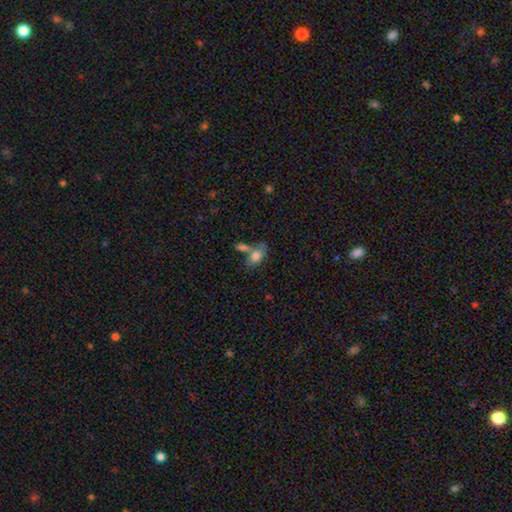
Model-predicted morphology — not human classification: Q: Smooth or featured?
A: smooth (76%); runner-up: featured or disk (15%)
Q: How rounded?
A: in between (86%); runner-up: round (10%)
Q: Merging?
A: none (39%); tied with: merger (39%)